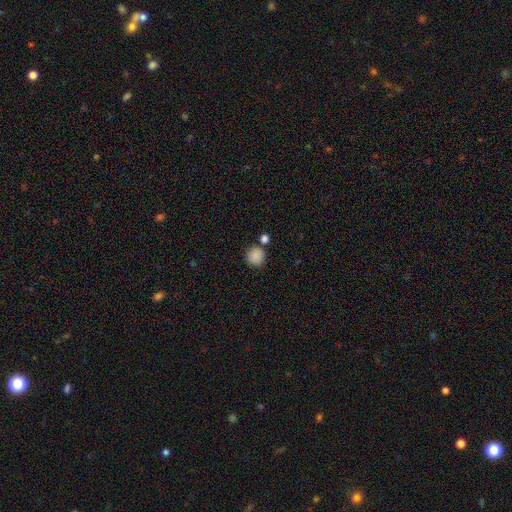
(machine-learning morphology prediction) A smooth galaxy with no disk features (87%) that is round (92%).

Vote fractions:
- Smooth or featured? smooth: 87% / star or artifact: 9% / featured or disk: 4%
- How rounded? round: 92% / in between: 8% / cigar-shaped: 1%
- Merging? none: 74% / merger: 13% / minor disturbance: 10% / major disturbance: 3%